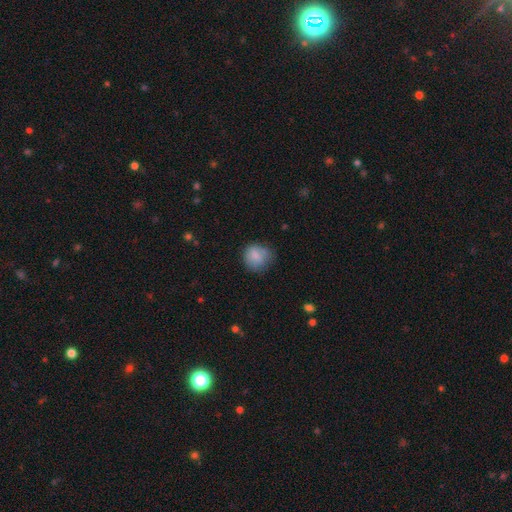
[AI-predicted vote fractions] A smooth galaxy with no disk features (81%) that is round (79%).

Vote fractions:
- Smooth or featured? smooth: 81% / featured or disk: 10% / star or artifact: 9%
- How rounded? round: 79% / in between: 20% / cigar-shaped: 1%
- Merging? none: 60% / minor disturbance: 28% / major disturbance: 9% / merger: 3%